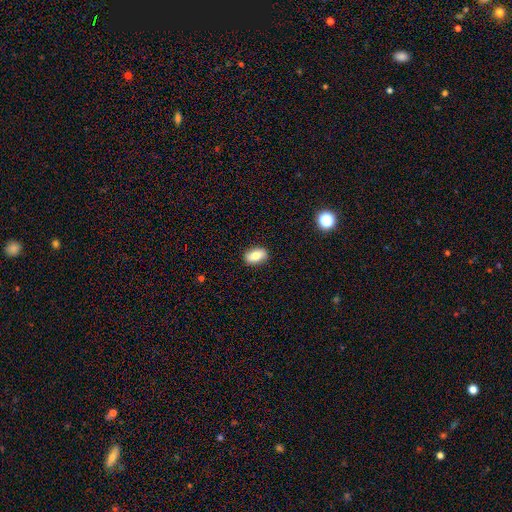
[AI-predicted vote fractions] A smooth galaxy with no disk features (80%) that is in between round and cigar-shaped (91%).

Vote fractions:
- Smooth or featured? smooth: 80% / featured or disk: 12% / star or artifact: 8%
- How rounded? in between: 91% / round: 7% / cigar-shaped: 3%
- Merging? none: 88% / minor disturbance: 9% / major disturbance: 2% / merger: 1%